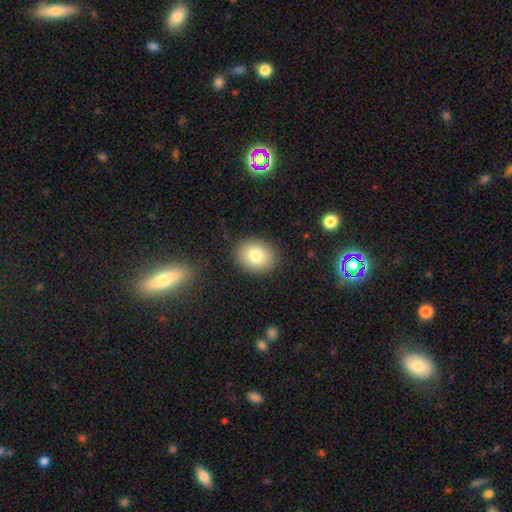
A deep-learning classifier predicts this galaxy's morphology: The model was most divided on "how rounded": round: 54%, in between: 45%, cigar-shaped: 1%. More confident: merging — none (88%); smooth or featured — smooth (80%).